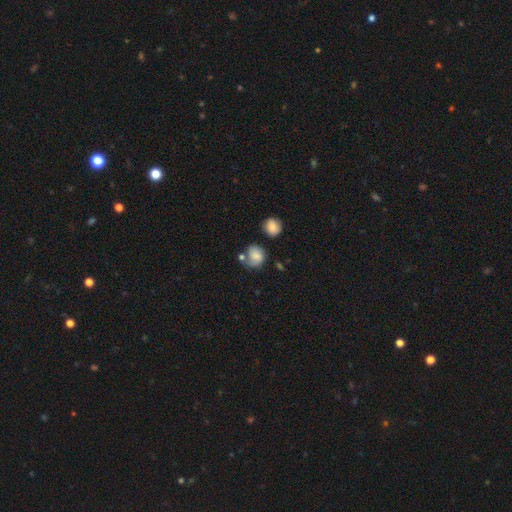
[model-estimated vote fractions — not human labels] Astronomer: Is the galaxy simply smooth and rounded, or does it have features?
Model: smooth — 64%.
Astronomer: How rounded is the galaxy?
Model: round — 67%.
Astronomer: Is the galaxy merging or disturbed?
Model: none — 46% (runner-up: minor disturbance, 26%).